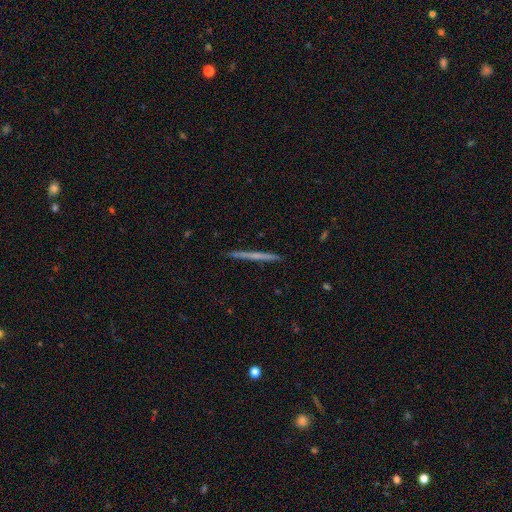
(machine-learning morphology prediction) smooth_or_featured: featured or disk (p=0.49) [alt: smooth p=0.45]
merging: none (p=0.92) [alt: minor disturbance p=0.06]